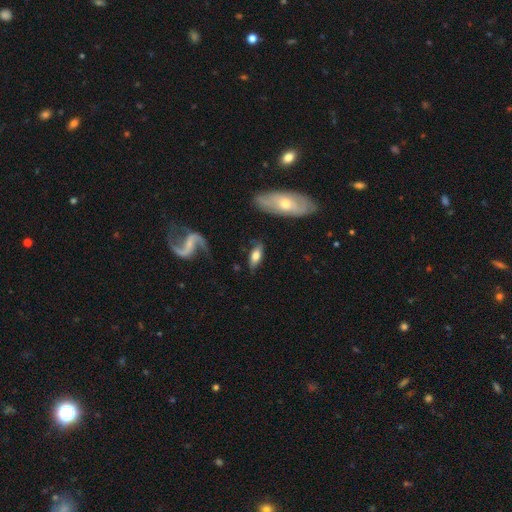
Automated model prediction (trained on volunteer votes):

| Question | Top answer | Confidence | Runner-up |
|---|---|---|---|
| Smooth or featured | smooth | 55% | featured or disk (38%) |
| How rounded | in between | 80% | cigar-shaped (16%) |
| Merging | none | 73% | minor disturbance (17%) |